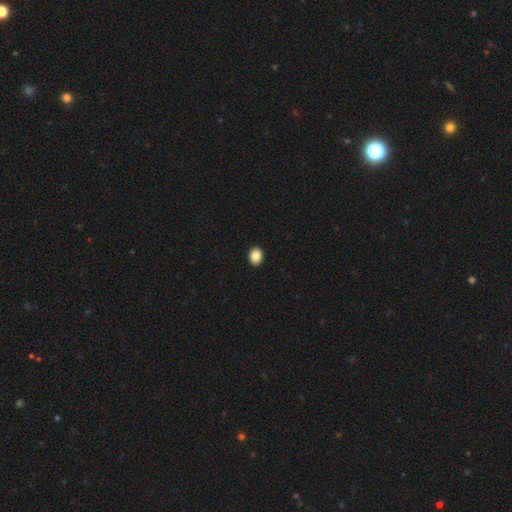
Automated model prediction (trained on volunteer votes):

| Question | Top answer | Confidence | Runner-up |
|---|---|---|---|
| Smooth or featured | smooth | 86% | star or artifact (9%) |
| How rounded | round | 55% | in between (45%) |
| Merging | none | 93% | minor disturbance (5%) |